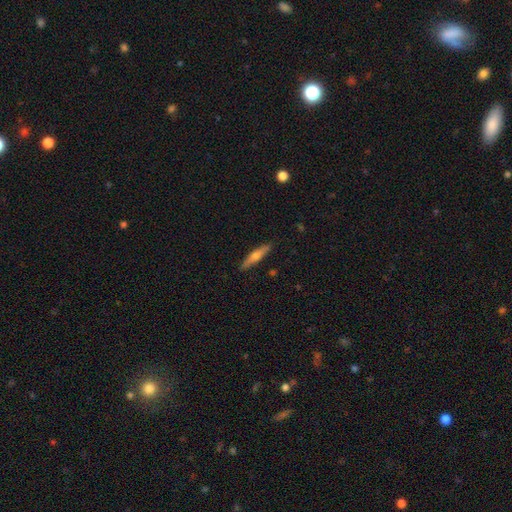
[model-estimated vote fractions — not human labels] Smooth or featured? Predicted: smooth (p=0.48). Merging? Predicted: none (p=0.89).